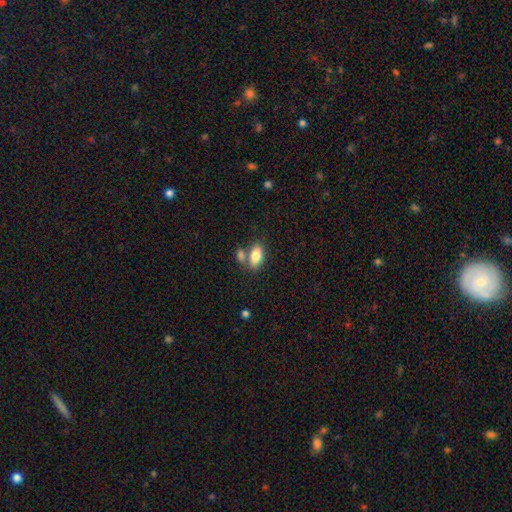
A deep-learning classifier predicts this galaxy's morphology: Smooth or featured? Predicted: smooth (p=0.83). How rounded? Predicted: in between (p=0.90). Merging? Predicted: none (p=0.54).